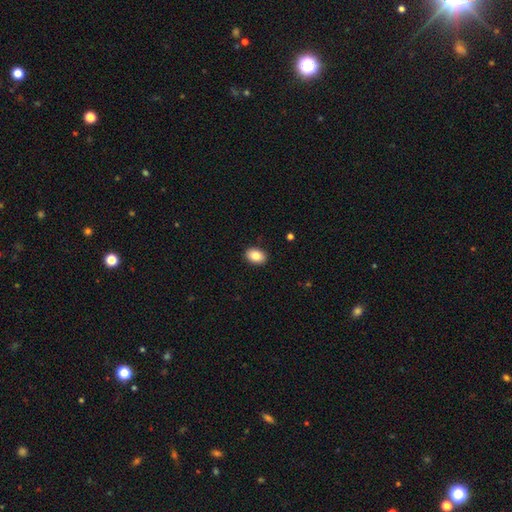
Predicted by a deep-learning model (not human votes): Smooth or featured? Predicted: smooth (p=0.84). How rounded? Predicted: in between (p=0.82). Merging? Predicted: none (p=0.90).